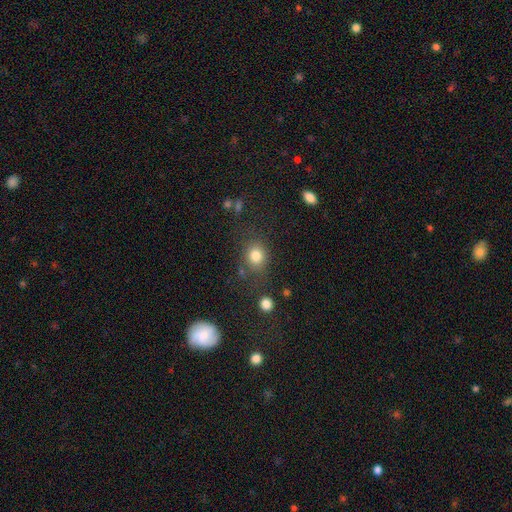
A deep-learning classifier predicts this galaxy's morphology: Smooth or featured? Predicted: smooth (p=0.80). How rounded? Predicted: round (p=0.72). Merging? Predicted: none (p=0.74).